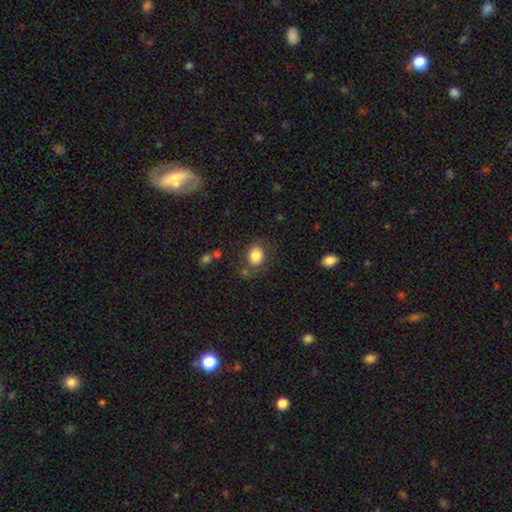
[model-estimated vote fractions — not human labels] Smooth or featured? smooth (84%)
How rounded? in between (50%)
Merging? none (75%)